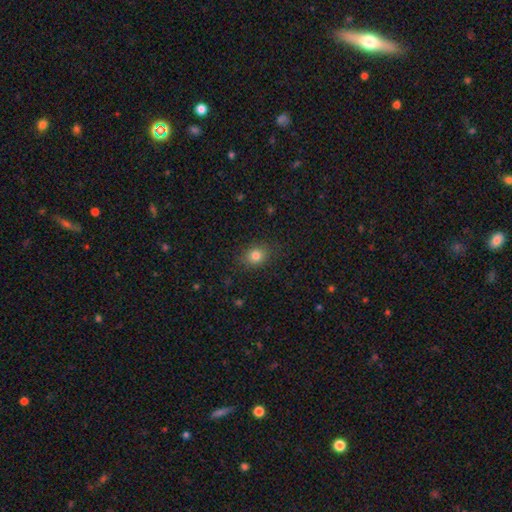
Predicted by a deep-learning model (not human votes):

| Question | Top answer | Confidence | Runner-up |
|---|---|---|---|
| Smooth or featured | smooth | 81% | star or artifact (12%) |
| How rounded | round | 56% | in between (43%) |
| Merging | none | 85% | minor disturbance (11%) |